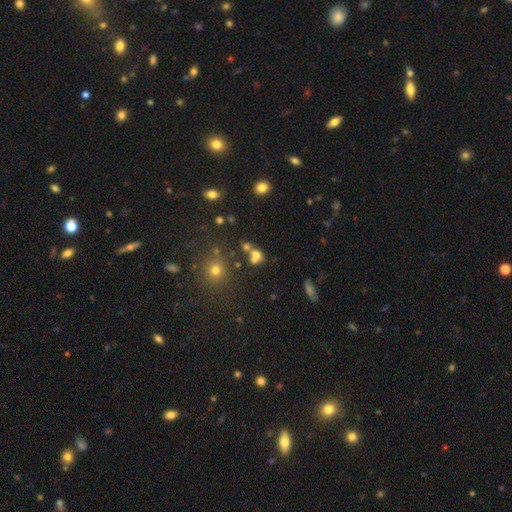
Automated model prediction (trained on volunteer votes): Smooth or featured? smooth (62%)
How rounded? round (56%)
Merging? merger (50%)